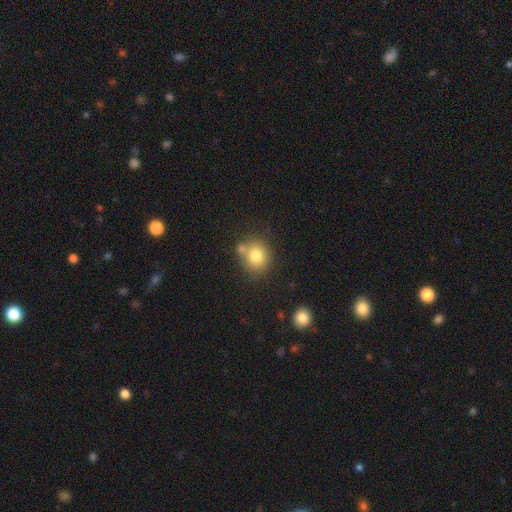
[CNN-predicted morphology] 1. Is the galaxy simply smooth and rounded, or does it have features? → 78% smooth, 11% star or artifact, 11% featured or disk.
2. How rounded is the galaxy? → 78% round, 22% in between, 1% cigar-shaped.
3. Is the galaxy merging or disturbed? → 65% none, 19% merger, 13% minor disturbance, 4% major disturbance.